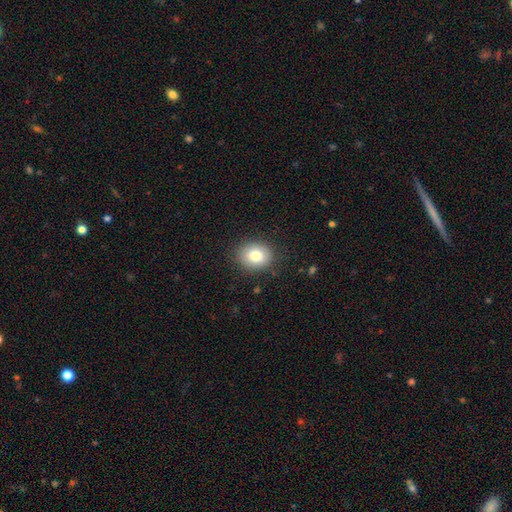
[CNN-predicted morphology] smooth-or-featured: smooth: 81% | featured or disk: 10% | star or artifact: 9%
  how-rounded: round: 54% | in between: 45% | cigar-shaped: 1%
  merging: none: 86% | minor disturbance: 10% | major disturbance: 3% | merger: 1%